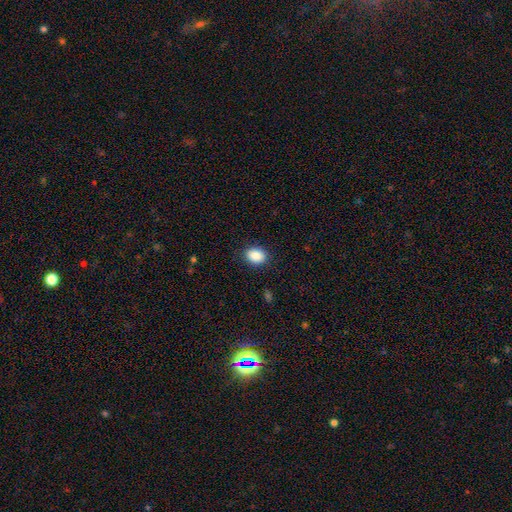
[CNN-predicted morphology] smooth_or_featured: smooth (p=0.89) [alt: star or artifact p=0.08]
how_rounded: in between (p=0.69) [alt: round p=0.30]
merging: none (p=0.88) [alt: minor disturbance p=0.08]